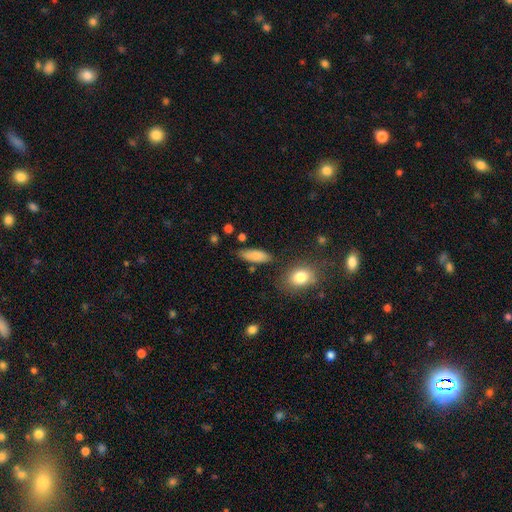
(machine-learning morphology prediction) Smooth or featured? smooth (84%)
How rounded? in between (69%)
Merging? none (79%)